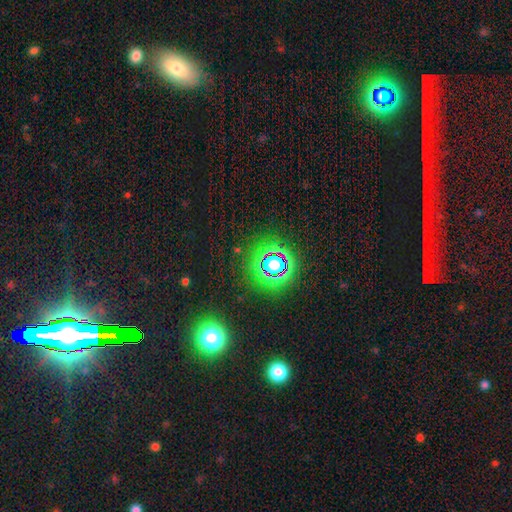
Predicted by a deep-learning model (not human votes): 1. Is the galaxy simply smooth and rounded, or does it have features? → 76% star or artifact, 14% smooth, 10% featured or disk.